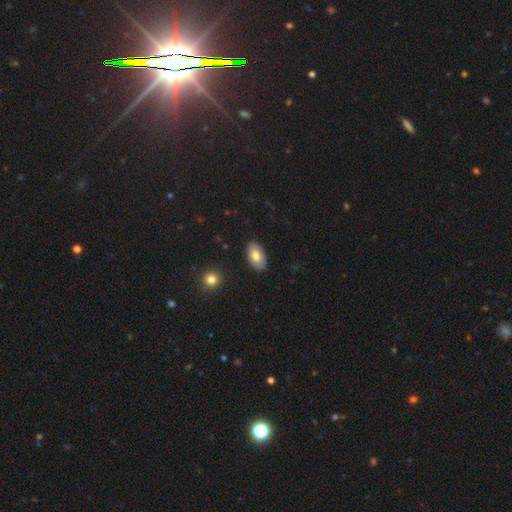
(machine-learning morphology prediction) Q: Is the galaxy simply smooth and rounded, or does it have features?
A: smooth — 77%.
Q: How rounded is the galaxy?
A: in between — 95%.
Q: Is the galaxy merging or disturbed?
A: none — 87%.